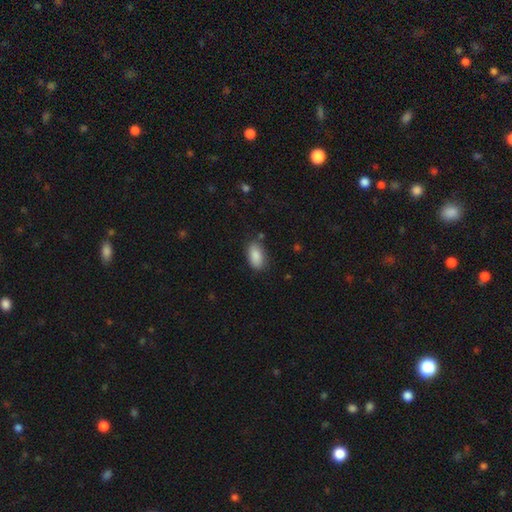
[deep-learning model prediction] Q: Smooth or featured?
A: smooth (88%); runner-up: star or artifact (7%)
Q: How rounded?
A: in between (92%); runner-up: cigar-shaped (4%)
Q: Merging?
A: none (79%); runner-up: minor disturbance (15%)